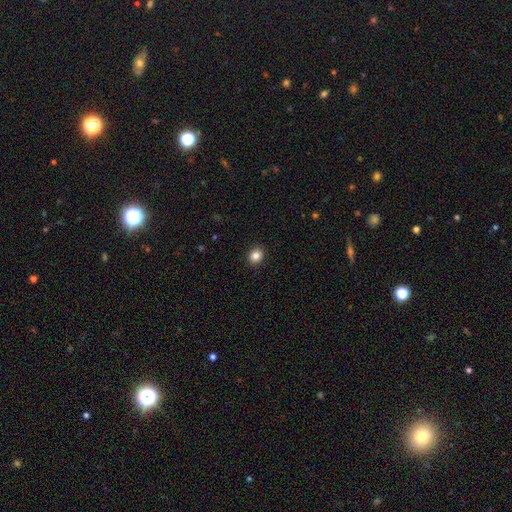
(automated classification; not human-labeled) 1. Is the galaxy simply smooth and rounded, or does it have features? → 84% smooth, 11% star or artifact, 5% featured or disk.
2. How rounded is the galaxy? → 67% round, 32% in between, 1% cigar-shaped.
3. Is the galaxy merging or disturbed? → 92% none, 6% minor disturbance, 2% major disturbance, 1% merger.